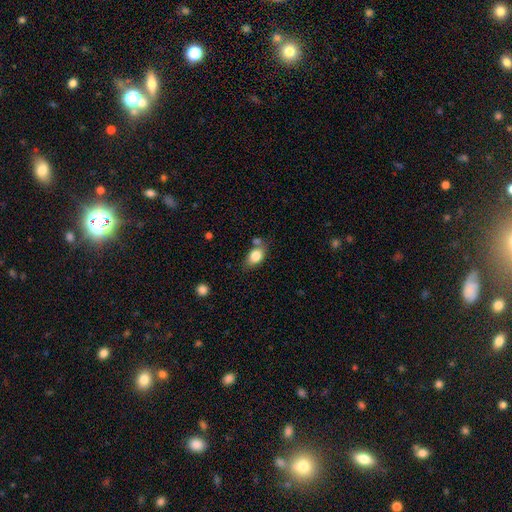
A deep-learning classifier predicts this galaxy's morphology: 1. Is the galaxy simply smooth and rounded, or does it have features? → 83% smooth, 9% featured or disk, 8% star or artifact.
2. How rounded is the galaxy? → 81% in between, 17% round, 2% cigar-shaped.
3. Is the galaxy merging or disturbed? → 58% none, 19% minor disturbance, 18% merger, 5% major disturbance.